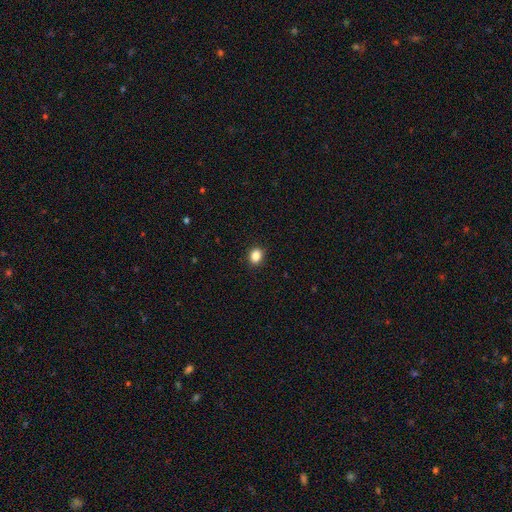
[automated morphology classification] Smooth or featured?
  - smooth: 86% *
  - star or artifact: 10%
  - featured or disk: 4%
How rounded?
  - round: 54% *
  - in between: 45%
  - cigar-shaped: 1%
Merging?
  - none: 90% *
  - minor disturbance: 7%
  - major disturbance: 2%
  - merger: 1%